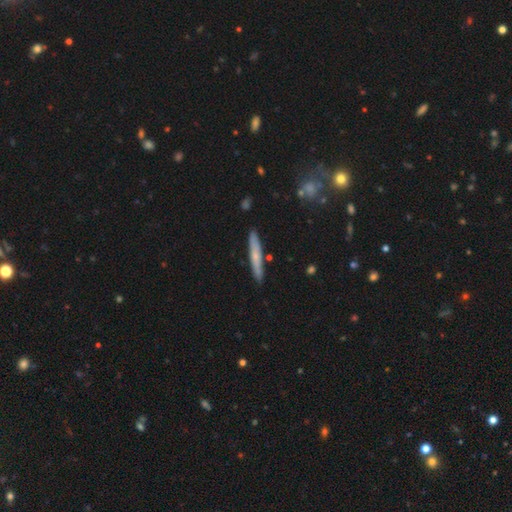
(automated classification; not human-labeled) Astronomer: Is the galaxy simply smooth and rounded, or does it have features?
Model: smooth — 55% (runner-up: featured or disk, 38%).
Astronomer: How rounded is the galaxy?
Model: cigar-shaped — 94%.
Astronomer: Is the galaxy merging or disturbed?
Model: none — 88%.